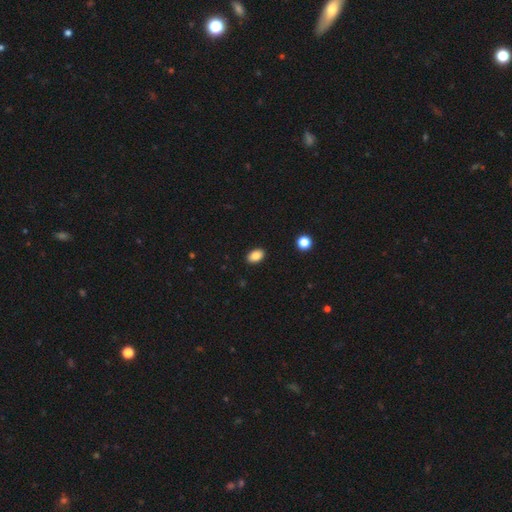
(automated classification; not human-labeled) The model was most divided on "how rounded": in between: 86%, round: 13%, cigar-shaped: 1%. More confident: merging — none (90%); smooth or featured — smooth (85%).